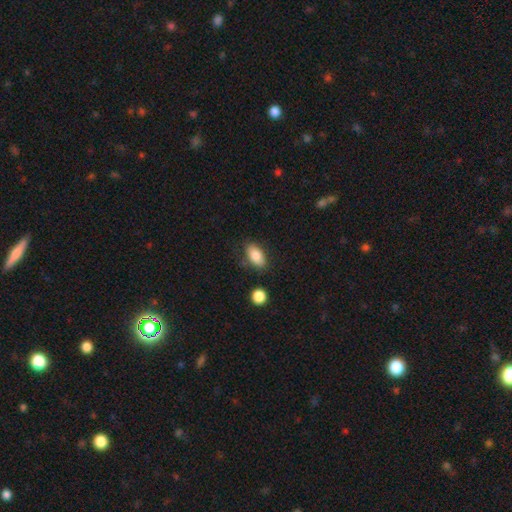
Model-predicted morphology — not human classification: Smooth or featured? smooth (84%)
How rounded? in between (90%)
Merging? none (78%)